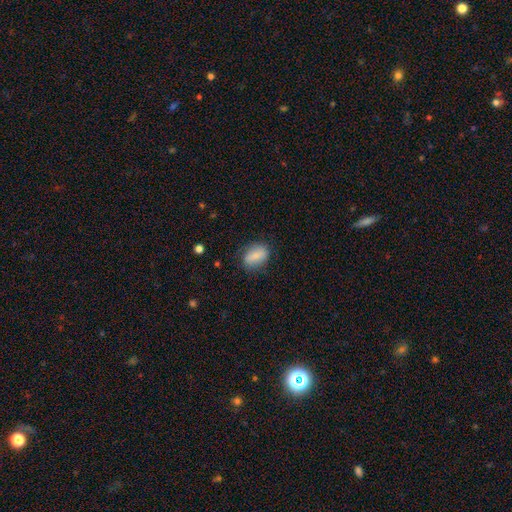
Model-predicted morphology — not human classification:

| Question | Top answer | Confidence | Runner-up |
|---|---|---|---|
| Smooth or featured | smooth | 77% | featured or disk (15%) |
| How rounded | in between | 76% | round (20%) |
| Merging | none | 76% | minor disturbance (17%) |